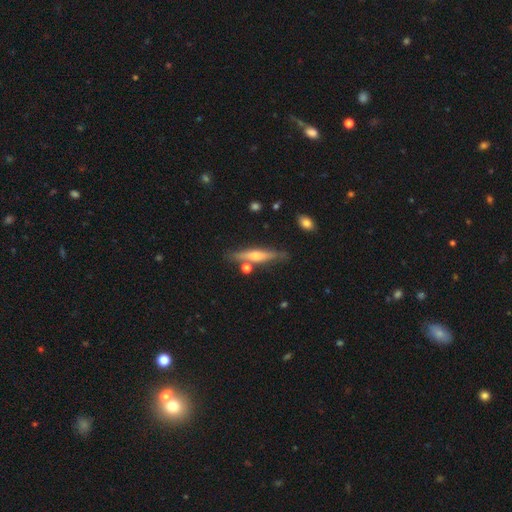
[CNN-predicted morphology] Smooth or featured? Predicted: featured or disk (p=0.63). Edge-on disk? Predicted: yes (p=0.95). Edge-on bulge? Predicted: rounded (p=0.87). Merging? Predicted: none (p=0.78).